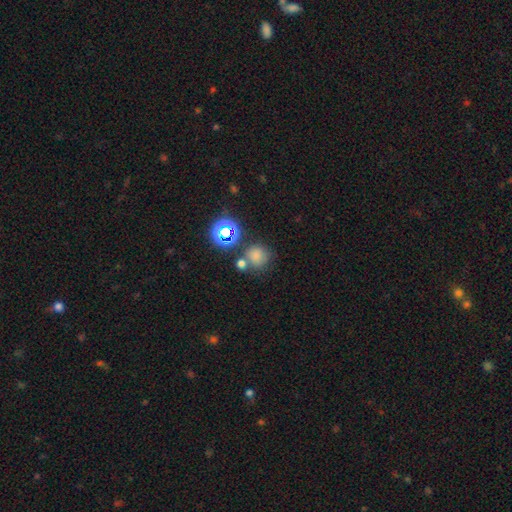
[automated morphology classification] The model was most divided on "merging": none: 61%, merger: 21%, minor disturbance: 12%, major disturbance: 5%. More confident: how rounded — round (86%); smooth or featured — smooth (70%).